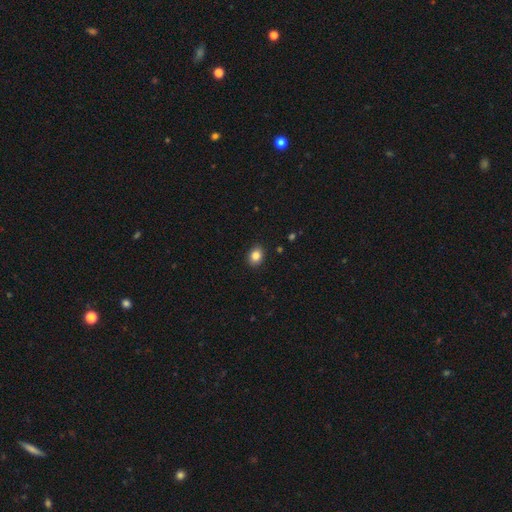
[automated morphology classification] This appears to be a smooth galaxy with no disk features (85%) that is in between round and cigar-shaped (52%). Merging: none (89%).